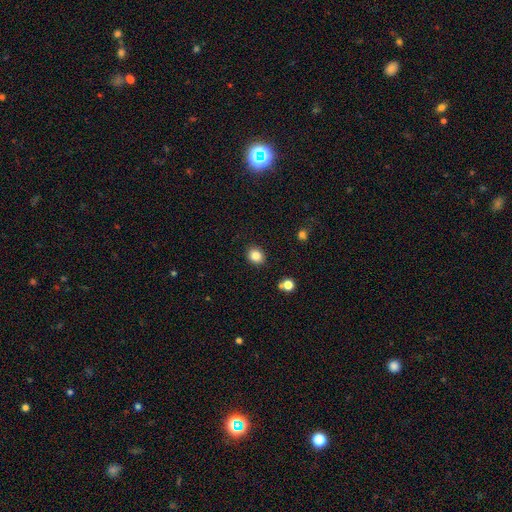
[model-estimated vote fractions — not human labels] This appears to be a smooth galaxy with no disk features (85%) that is round (64%). Merging: none (89%).